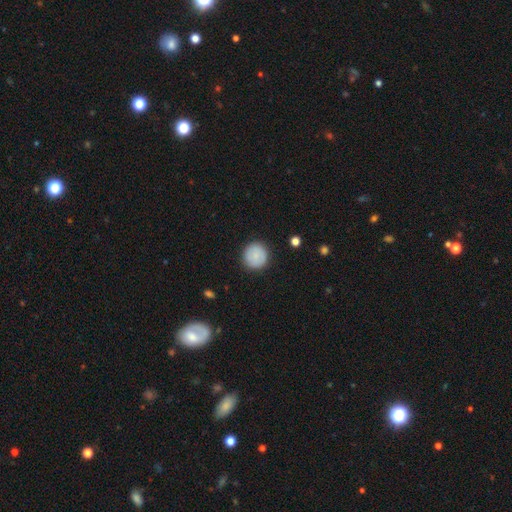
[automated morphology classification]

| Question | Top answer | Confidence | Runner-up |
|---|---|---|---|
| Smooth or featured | smooth | 82% | featured or disk (11%) |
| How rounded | round | 94% | in between (5%) |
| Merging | none | 90% | minor disturbance (7%) |